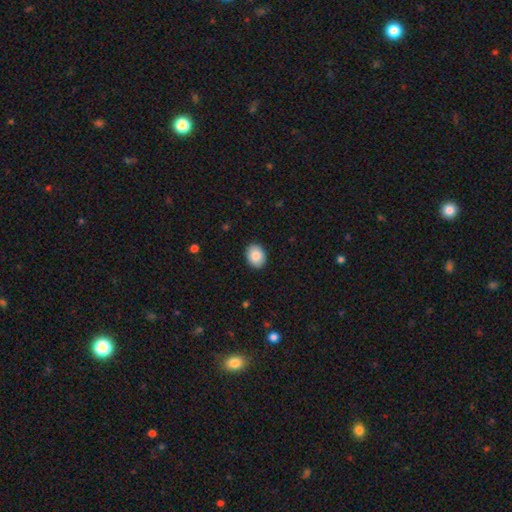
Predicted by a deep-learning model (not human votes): A smooth galaxy with no disk features (87%) that is in between round and cigar-shaped (66%). Merging: none (90%).